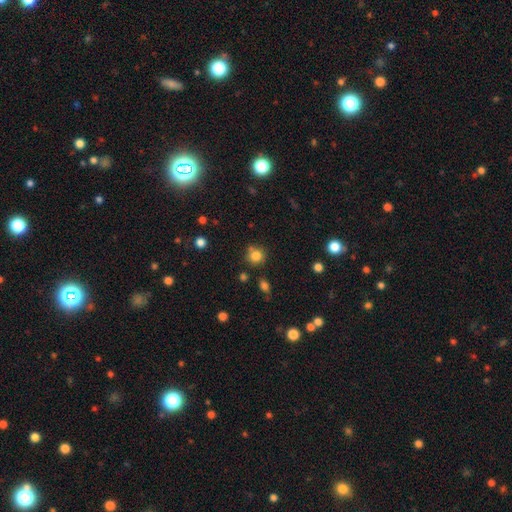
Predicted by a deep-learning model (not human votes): Smooth or featured: smooth — 81% (star or artifact — 13%)
How rounded: round — 90% (in between — 9%)
Merging: none — 75% (minor disturbance — 12%)